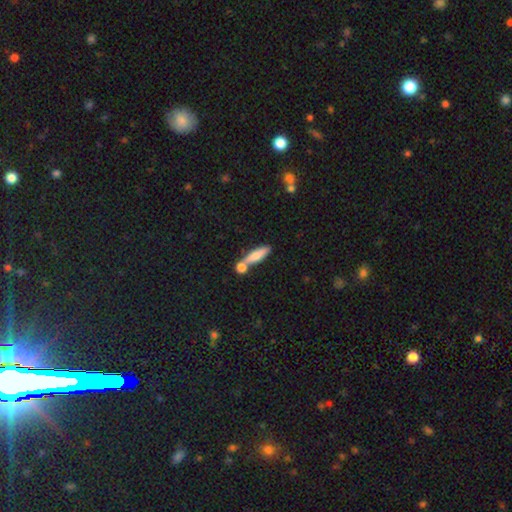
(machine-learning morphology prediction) A smooth galaxy with no disk features (72%) that is cigar-shaped (66%).

Vote fractions:
- Smooth or featured? smooth: 72% / featured or disk: 21% / star or artifact: 7%
- How rounded? cigar-shaped: 66% / in between: 30% / round: 4%
- Merging? none: 52% / merger: 32% / minor disturbance: 11% / major disturbance: 4%